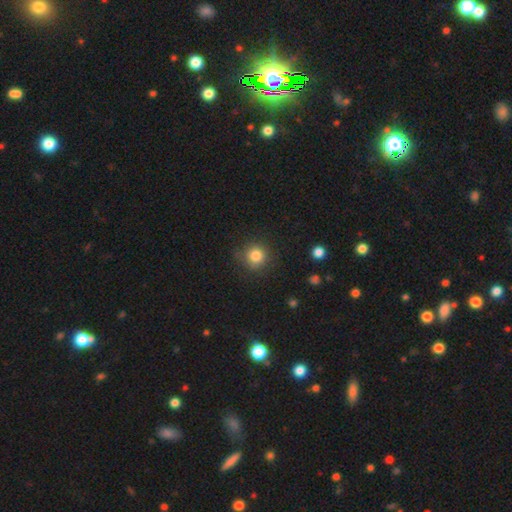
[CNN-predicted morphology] Smooth or featured? Predicted: smooth (p=0.83). How rounded? Predicted: round (p=0.92). Merging? Predicted: none (p=0.84).